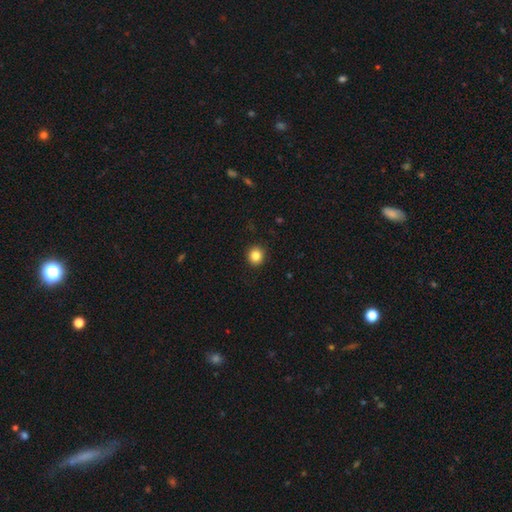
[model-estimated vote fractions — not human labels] This appears to be a smooth galaxy with no disk features (84%) that is round (88%). Merging: none (92%).